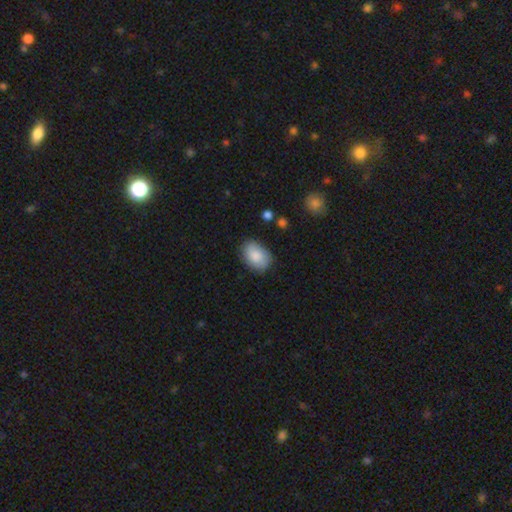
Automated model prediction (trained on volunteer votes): Smooth or featured? Predicted: smooth (p=0.86). How rounded? Predicted: in between (p=0.84). Merging? Predicted: none (p=0.79).